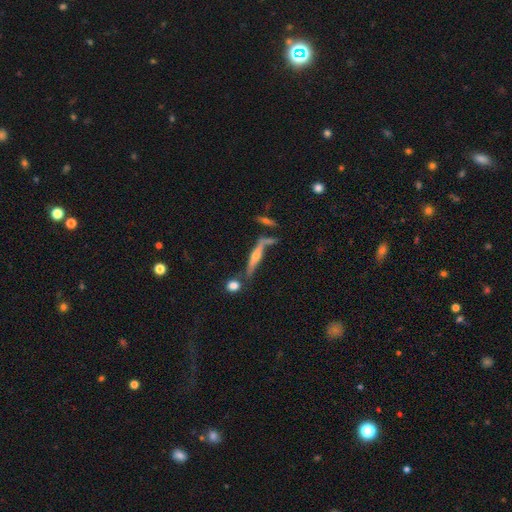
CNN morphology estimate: The model was most divided on "smooth or featured": featured or disk: 67%, smooth: 25%, star or artifact: 8%. More confident: edge-on disk — yes (93%); edge-on bulge — rounded (87%); merging — none (62%).